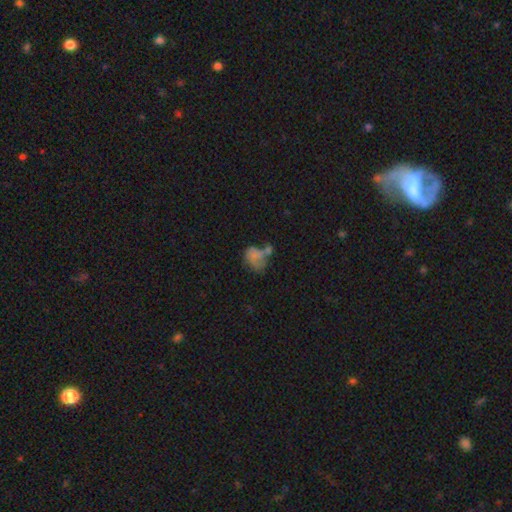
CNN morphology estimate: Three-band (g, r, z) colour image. It shows a smooth galaxy with no disk features (56%) that is in between round and cigar-shaped (69%). Merging: merger (39%).